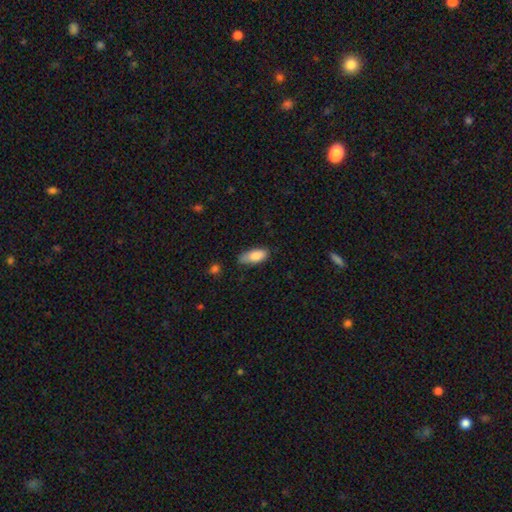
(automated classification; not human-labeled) This is clearly a smooth galaxy (85%). How rounded: clearly in between (85%). Merging: likely none (65%).